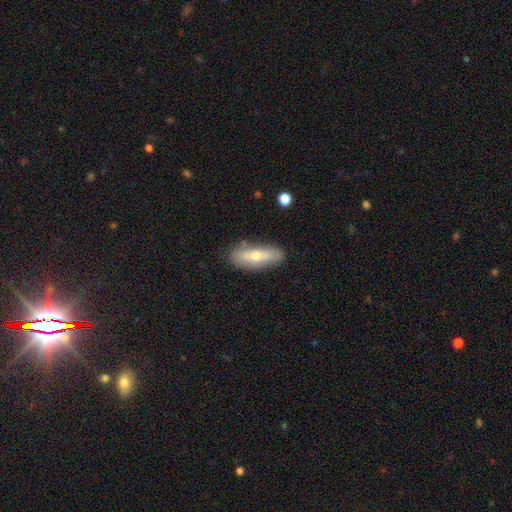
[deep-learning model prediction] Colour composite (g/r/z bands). It shows a smooth galaxy with no disk features (57%) that is in between round and cigar-shaped (60%). Merging: none (79%).